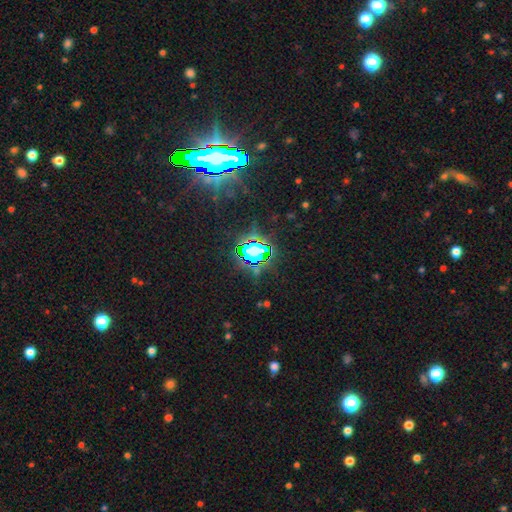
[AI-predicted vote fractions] Smooth or featured? star or artifact (81%)